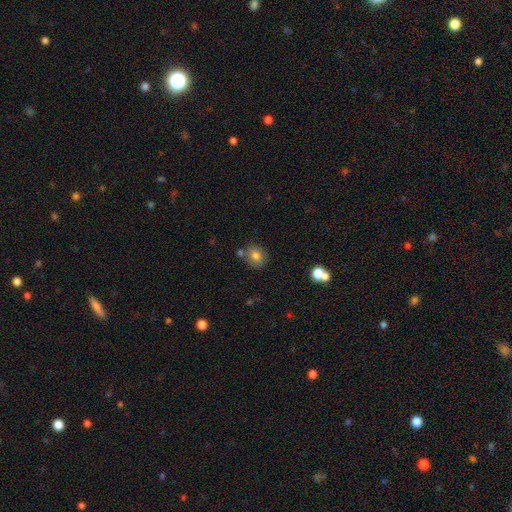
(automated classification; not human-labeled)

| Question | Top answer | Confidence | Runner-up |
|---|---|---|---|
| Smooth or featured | smooth | 77% | featured or disk (12%) |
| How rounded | round | 77% | in between (22%) |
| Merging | none | 72% | merger (12%) |